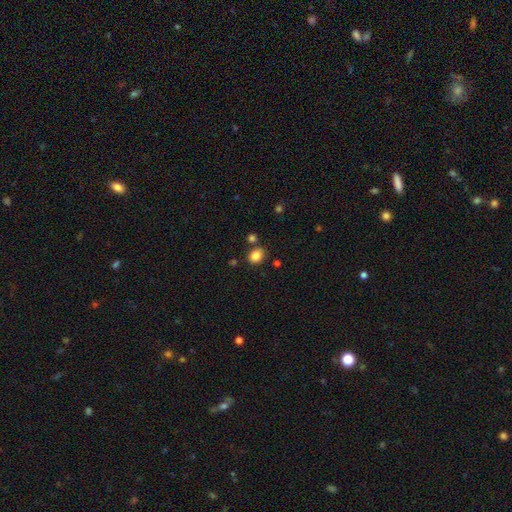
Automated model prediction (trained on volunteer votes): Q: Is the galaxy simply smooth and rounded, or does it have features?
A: smooth — 84%.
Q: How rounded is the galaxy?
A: in between — 51%.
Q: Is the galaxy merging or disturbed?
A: none — 76%.